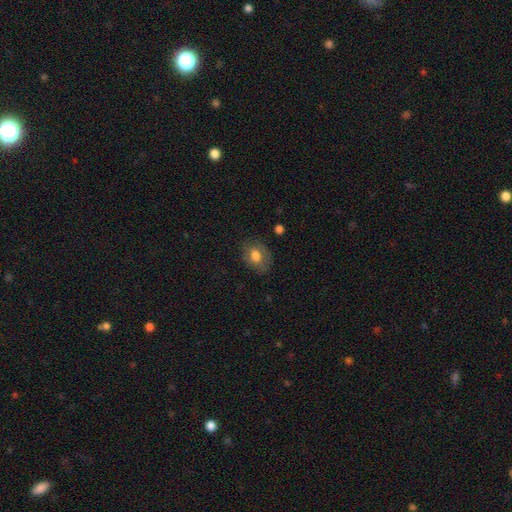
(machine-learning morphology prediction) smooth-or-featured: smooth: 70% | featured or disk: 21% | star or artifact: 9%
  how-rounded: in between: 69% | round: 29% | cigar-shaped: 1%
  merging: none: 73% | minor disturbance: 19% | major disturbance: 7% | merger: 2%